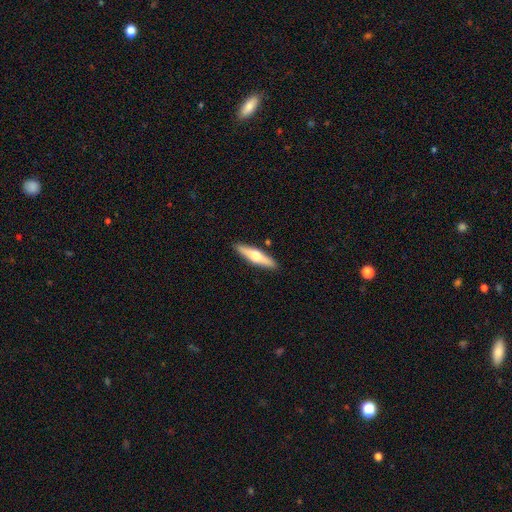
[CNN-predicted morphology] Smooth or featured? Predicted: featured or disk (p=0.52). Edge-on disk? Predicted: yes (p=0.94). Merging? Predicted: none (p=0.90).